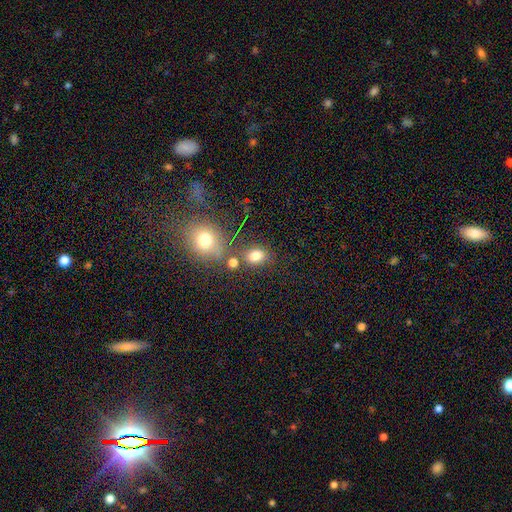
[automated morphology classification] This is likely a smooth galaxy (77%). How rounded: likely in between (64%). Merging: likely none (65%).